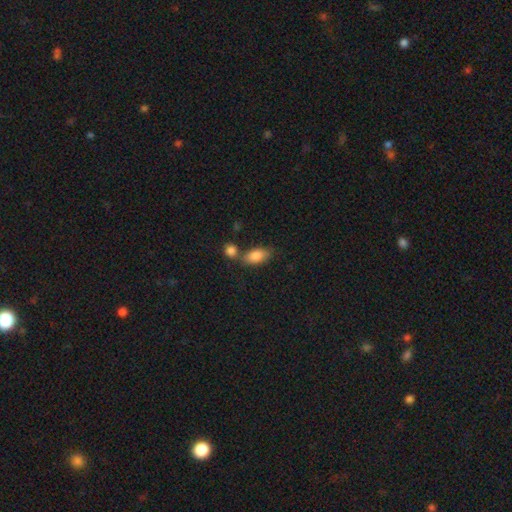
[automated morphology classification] A smooth galaxy with no disk features (84%) that is in between round and cigar-shaped (87%).

Vote fractions:
- Smooth or featured? smooth: 84% / featured or disk: 9% / star or artifact: 7%
- How rounded? in between: 87% / cigar-shaped: 8% / round: 6%
- Merging? none: 55% / merger: 26% / minor disturbance: 15% / major disturbance: 5%